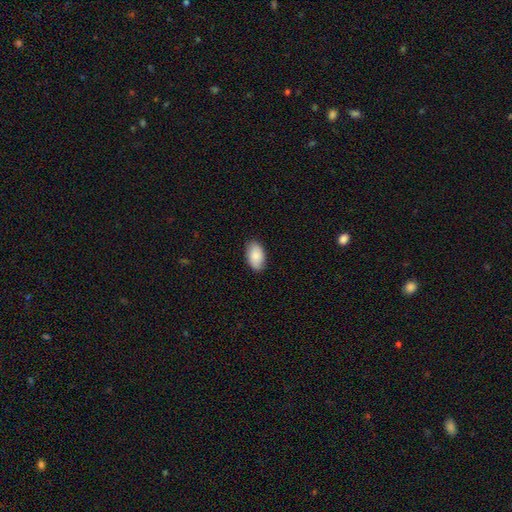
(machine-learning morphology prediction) Smooth or featured: smooth — 85% (featured or disk — 8%)
How rounded: in between — 94% (round — 5%)
Merging: none — 84% (minor disturbance — 13%)